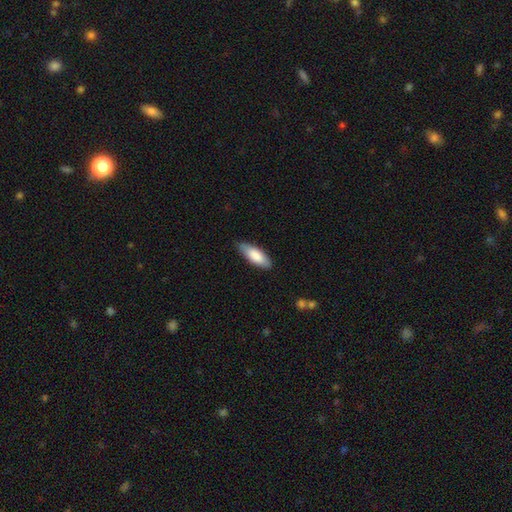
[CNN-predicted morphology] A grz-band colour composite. It shows a smooth galaxy with no disk features (81%) that is in between round and cigar-shaped (70%). Merging: none (81%).